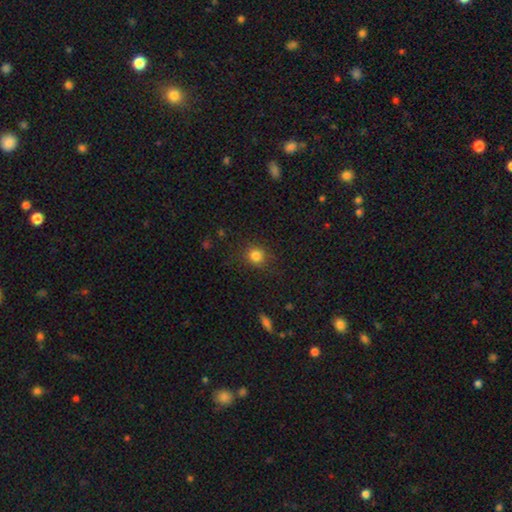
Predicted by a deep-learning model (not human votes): This is clearly a smooth galaxy (82%). How rounded: clearly round (83%). Merging: clearly none (82%).